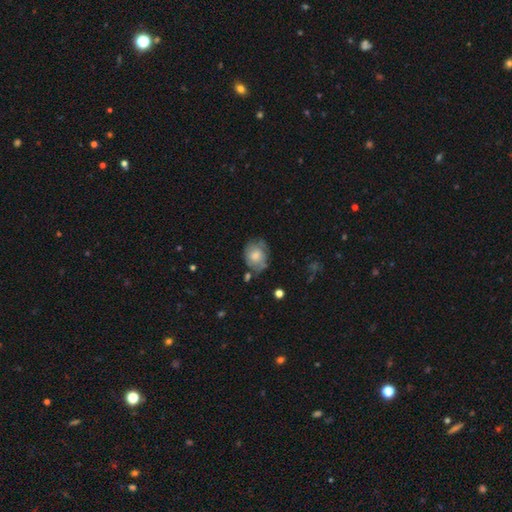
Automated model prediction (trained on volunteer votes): Smooth or featured: smooth — 58% (featured or disk — 34%)
How rounded: in between — 51% (round — 48%)
Merging: none — 50% (minor disturbance — 31%)